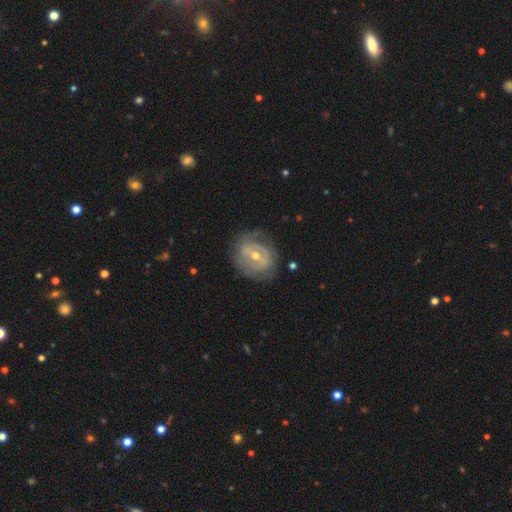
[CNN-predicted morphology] This appears to be a featured or disk galaxy (77%) with a weak bar (46%), 2 (45%) tight (56%) spiral arms (76%) and a moderate central bulge (54%). Merging: none (70%).